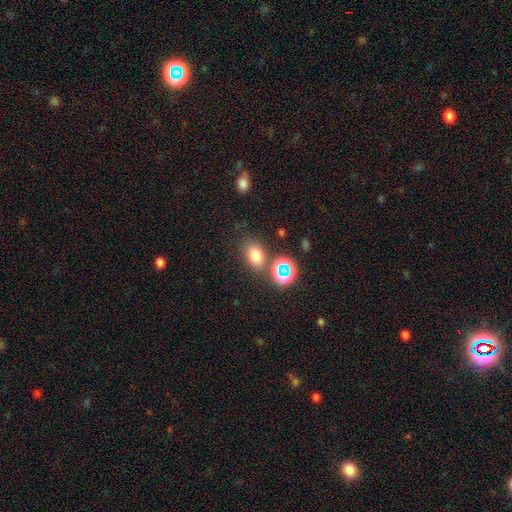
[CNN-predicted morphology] Smooth or featured?
  - smooth: 73% *
  - star or artifact: 19%
  - featured or disk: 9%
How rounded?
  - in between: 72% *
  - round: 26%
  - cigar-shaped: 1%
Merging?
  - none: 71% *
  - minor disturbance: 13%
  - merger: 11%
  - major disturbance: 5%